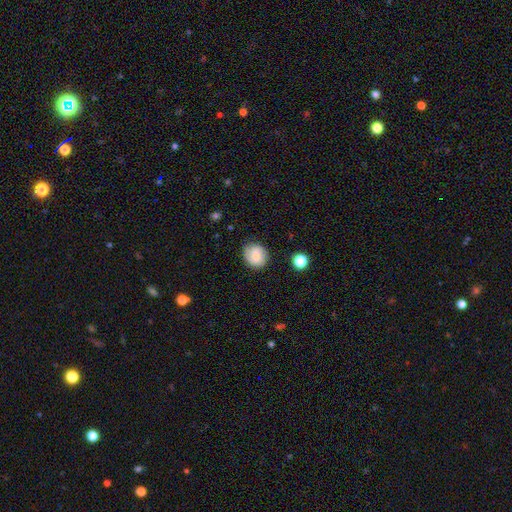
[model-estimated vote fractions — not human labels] Q: Smooth or featured?
A: smooth (64%); runner-up: featured or disk (27%)
Q: How rounded?
A: round (77%); runner-up: in between (22%)
Q: Merging?
A: none (80%); runner-up: minor disturbance (14%)